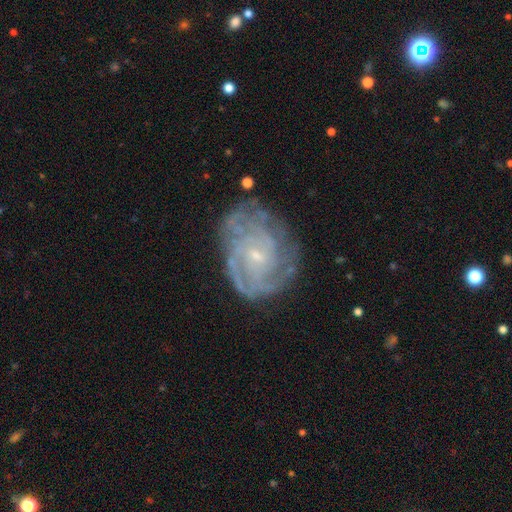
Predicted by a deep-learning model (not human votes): Smooth or featured: featured or disk — 83% (smooth — 10%)
Edge-on disk: no — 97% (yes — 3%)
Bar: no — 65% (weak — 30%)
Spiral arms: yes — 93% (no — 7%)
Spiral winding: tight — 67% (medium — 27%)
Spiral arm count: can't tell — 38% (3 — 18%)
Bulge size: small — 80% (moderate — 15%)
Merging: none — 69% (minor disturbance — 20%)